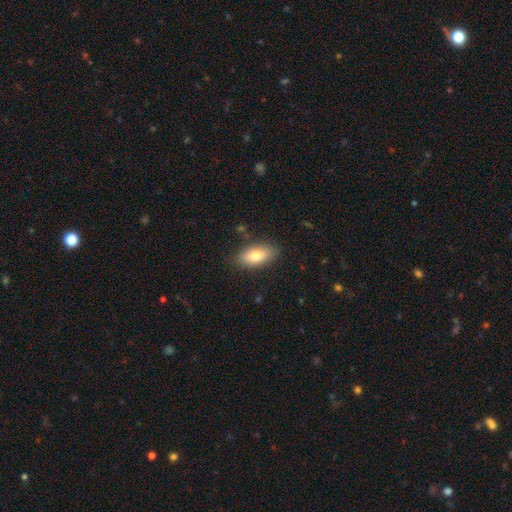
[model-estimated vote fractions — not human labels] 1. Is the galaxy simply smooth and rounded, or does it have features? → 78% smooth, 15% featured or disk, 7% star or artifact.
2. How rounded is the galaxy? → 86% in between, 10% cigar-shaped, 4% round.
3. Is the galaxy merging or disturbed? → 85% none, 11% minor disturbance, 3% major disturbance, 1% merger.